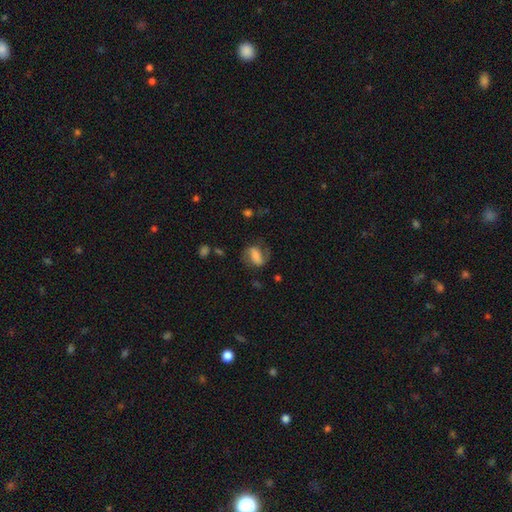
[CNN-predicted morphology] Smooth or featured: featured or disk — 63% (smooth — 29%)
Edge-on disk: no — 96% (yes — 4%)
Bar: strong — 46% (weak — 33%)
Spiral arms: yes — 88% (no — 12%)
Spiral winding: medium — 47% (loose — 34%)
Spiral arm count: 2 — 87% (can't tell — 5%)
Bulge size: moderate — 32% (small — 26%)
Merging: none — 66% (minor disturbance — 18%)